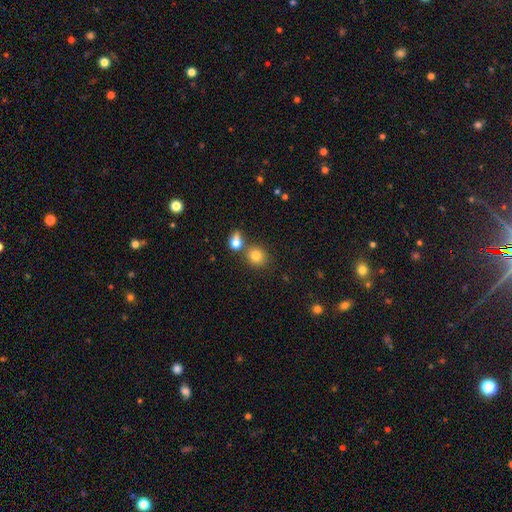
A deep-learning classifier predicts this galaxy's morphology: smooth 79%, star or artifact 12%, featured or disk 9%. Down the decision tree: how rounded — round (79%); merging — none (62%).